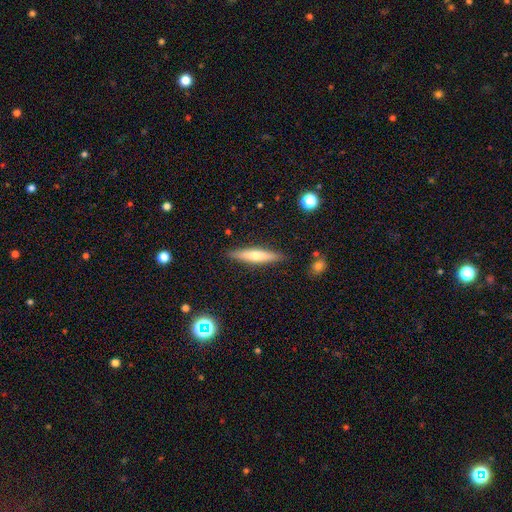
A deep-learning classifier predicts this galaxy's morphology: Overall: smooth (48%; featured or disk 46%). Merging: none (89%).